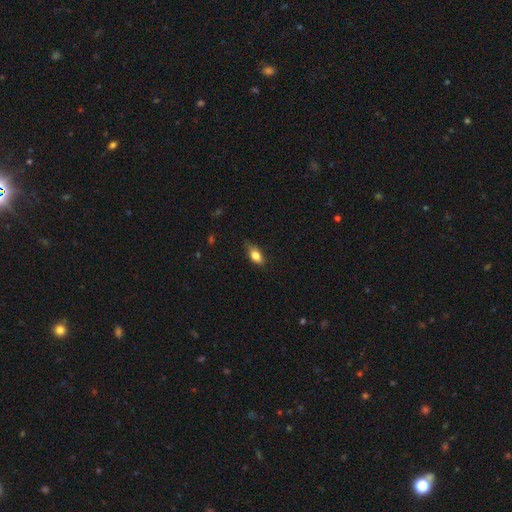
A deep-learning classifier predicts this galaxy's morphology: Smooth or featured: smooth — 79% (featured or disk — 13%)
How rounded: in between — 83% (cigar-shaped — 9%)
Merging: none — 74% (minor disturbance — 21%)